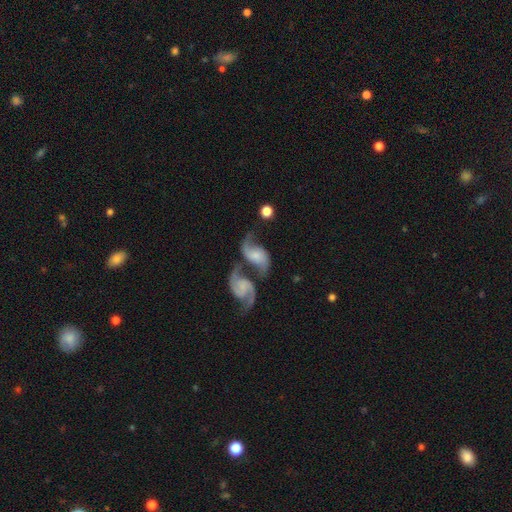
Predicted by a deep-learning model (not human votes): The model was most divided on "bulge size": small: 38%, moderate: 28%, none: 23%, large: 9%, dominant: 2%. More confident: edge-on disk — no (96%); spiral arms — yes (92%); spiral arm count — 2 (87%); smooth or featured — featured or disk (75%); spiral winding — loose (63%); merging — merger (61%); bar — no (57%).